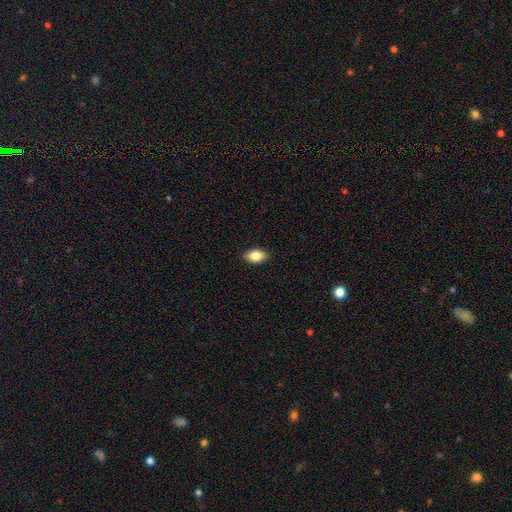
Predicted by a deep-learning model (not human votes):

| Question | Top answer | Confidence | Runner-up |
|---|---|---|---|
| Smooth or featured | smooth | 82% | featured or disk (11%) |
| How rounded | in between | 92% | round (6%) |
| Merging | none | 89% | minor disturbance (8%) |